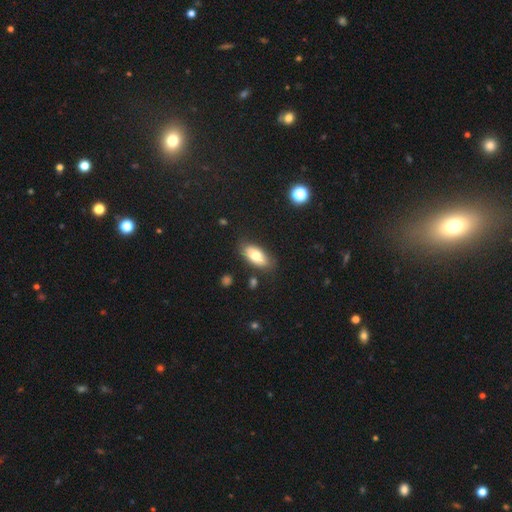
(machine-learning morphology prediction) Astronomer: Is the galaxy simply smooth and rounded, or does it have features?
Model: smooth — 73%.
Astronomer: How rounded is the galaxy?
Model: in between — 89%.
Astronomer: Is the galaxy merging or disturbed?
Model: none — 81%.